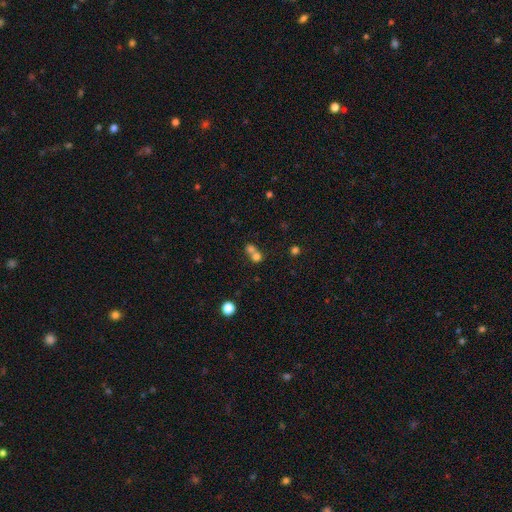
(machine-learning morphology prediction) A smooth galaxy with no disk features (71%) that is round (77%). Merging: merger (61%).